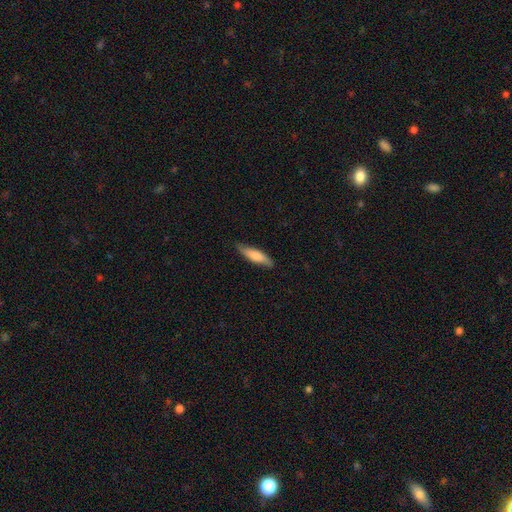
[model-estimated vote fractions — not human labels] smooth_or_featured: smooth (p=0.70) [alt: featured or disk p=0.25]
how_rounded: cigar-shaped (p=0.68) [alt: in between p=0.31]
merging: none (p=0.82) [alt: minor disturbance p=0.15]